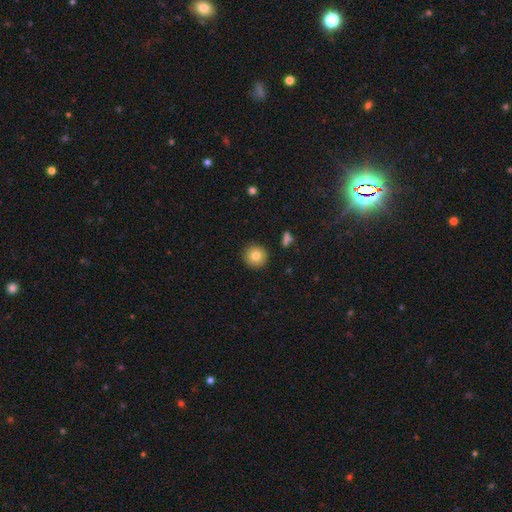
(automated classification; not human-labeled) This is likely a smooth galaxy (80%). How rounded: clearly round (95%). Merging: clearly none (91%).